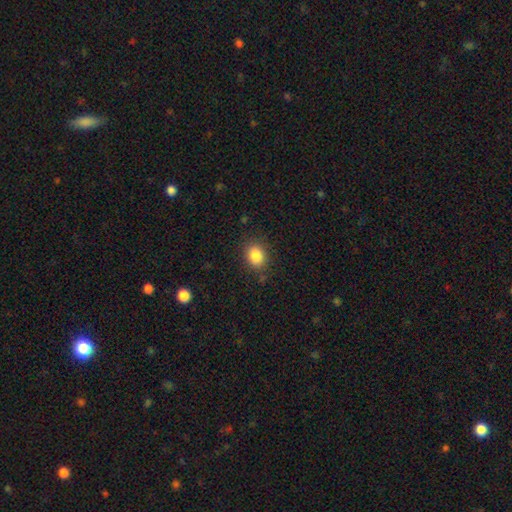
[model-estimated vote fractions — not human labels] This is clearly a smooth galaxy (86%). How rounded: possibly in between (54%). Merging: clearly none (83%).